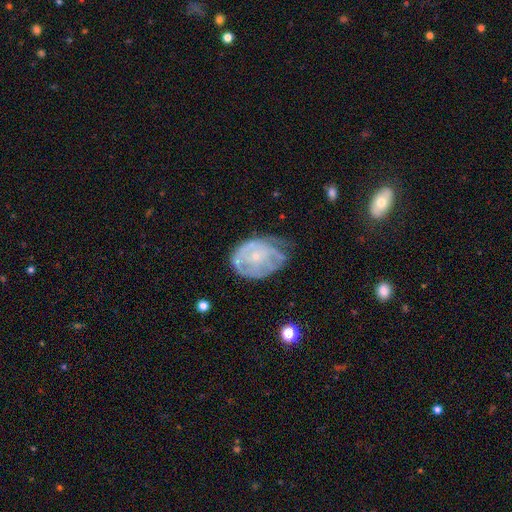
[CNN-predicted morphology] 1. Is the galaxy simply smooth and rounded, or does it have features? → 70% featured or disk, 23% smooth, 7% star or artifact.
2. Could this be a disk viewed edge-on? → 97% no, 3% yes.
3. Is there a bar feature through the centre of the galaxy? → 82% no, 15% weak, 3% strong.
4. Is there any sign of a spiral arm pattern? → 66% yes, 34% no.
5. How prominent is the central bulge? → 75% small, 19% moderate, 4% none, 1% large, 1% dominant.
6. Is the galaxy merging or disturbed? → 43% none, 33% minor disturbance, 21% major disturbance, 3% merger.